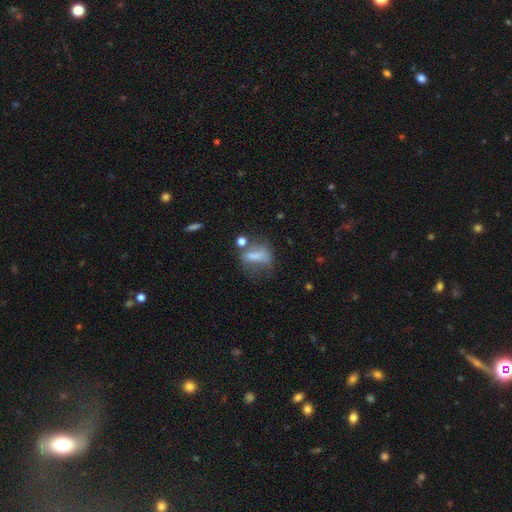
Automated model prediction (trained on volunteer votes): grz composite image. It shows a smooth galaxy with no disk features (62%) that is in between round and cigar-shaped (67%). Merging: none (34%).